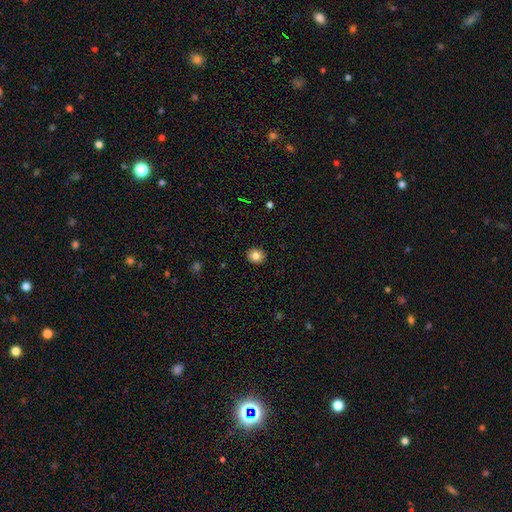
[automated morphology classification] smooth-or-featured: smooth: 82% | star or artifact: 10% | featured or disk: 8%
  how-rounded: round: 77% | in between: 22% | cigar-shaped: 1%
  merging: none: 92% | minor disturbance: 6% | major disturbance: 2% | merger: 1%